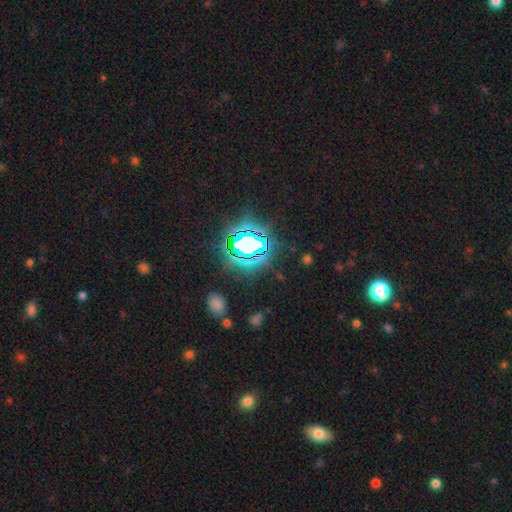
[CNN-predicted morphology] Smooth or featured?
  - star or artifact: 74% *
  - smooth: 15%
  - featured or disk: 11%